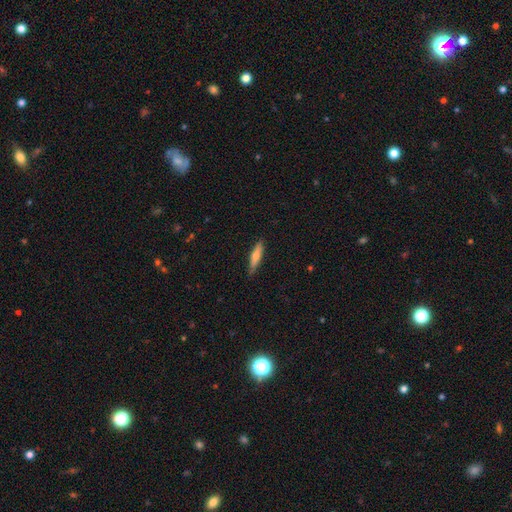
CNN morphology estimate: smooth_or_featured: smooth (p=0.58) [alt: featured or disk p=0.36]
how_rounded: cigar-shaped (p=0.86) [alt: in between p=0.13]
merging: none (p=0.86) [alt: minor disturbance p=0.11]